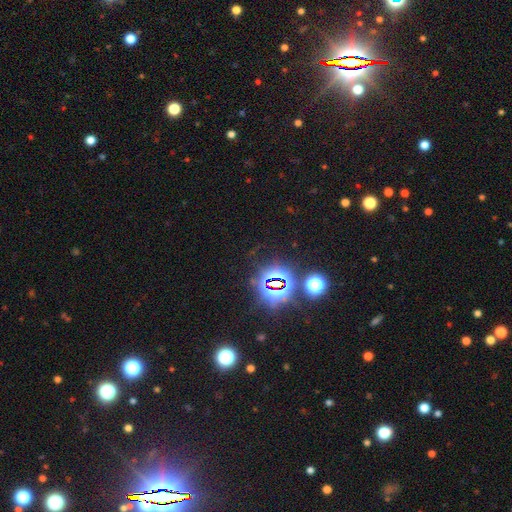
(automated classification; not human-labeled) Q: Smooth or featured?
A: star or artifact (81%); runner-up: smooth (11%)